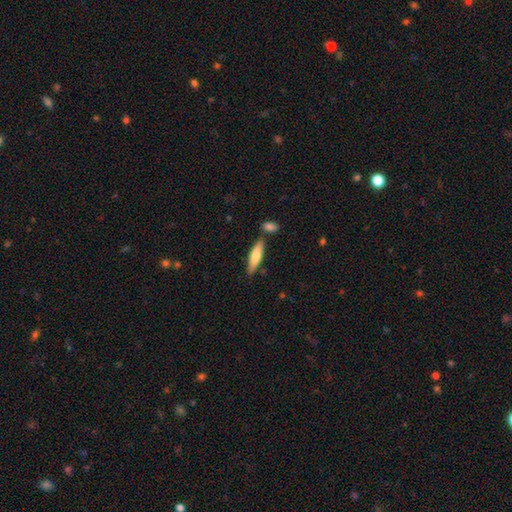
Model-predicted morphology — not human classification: A smooth galaxy with no disk features (70%) that is cigar-shaped (67%). Merging: none (73%).